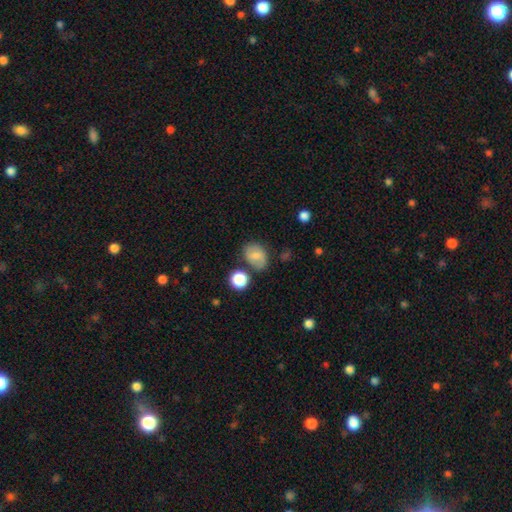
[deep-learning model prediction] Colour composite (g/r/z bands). It shows a smooth galaxy with no disk features (67%) that is in between round and cigar-shaped (62%). Merging: none (68%).